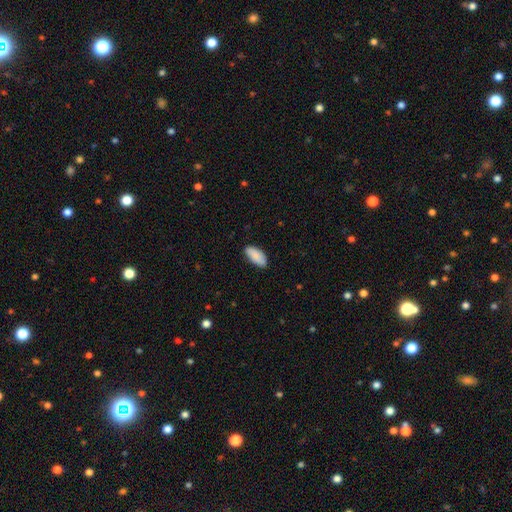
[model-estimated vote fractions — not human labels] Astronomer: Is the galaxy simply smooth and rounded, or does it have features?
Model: smooth — 88%.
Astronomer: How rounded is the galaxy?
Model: in between — 88%.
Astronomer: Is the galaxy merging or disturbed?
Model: none — 83%.